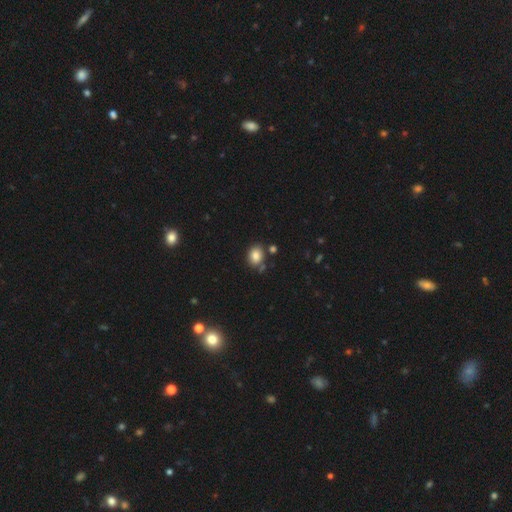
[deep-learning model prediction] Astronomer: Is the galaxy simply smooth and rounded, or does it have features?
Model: smooth — 82%.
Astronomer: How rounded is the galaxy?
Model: in between — 54% (runner-up: round, 45%).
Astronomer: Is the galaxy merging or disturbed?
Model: none — 75%.